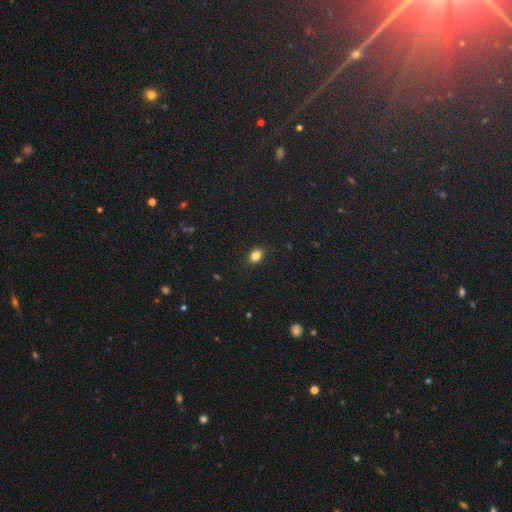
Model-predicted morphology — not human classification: Smooth or featured: smooth — 84% (star or artifact — 11%)
How rounded: in between — 70% (round — 29%)
Merging: none — 87% (minor disturbance — 9%)